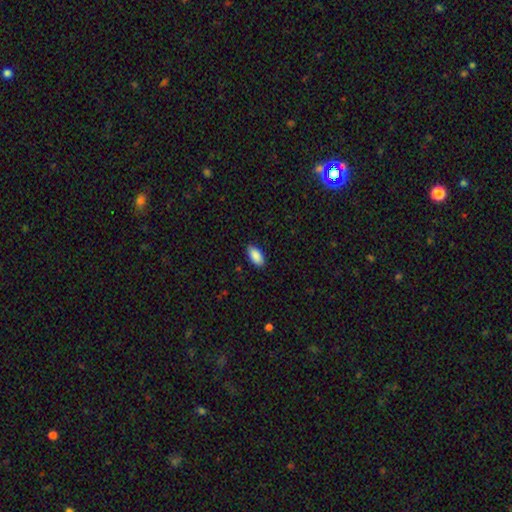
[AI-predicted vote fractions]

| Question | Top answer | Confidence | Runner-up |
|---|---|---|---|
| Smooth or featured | smooth | 90% | star or artifact (6%) |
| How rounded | in between | 93% | cigar-shaped (5%) |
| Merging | none | 87% | minor disturbance (10%) |